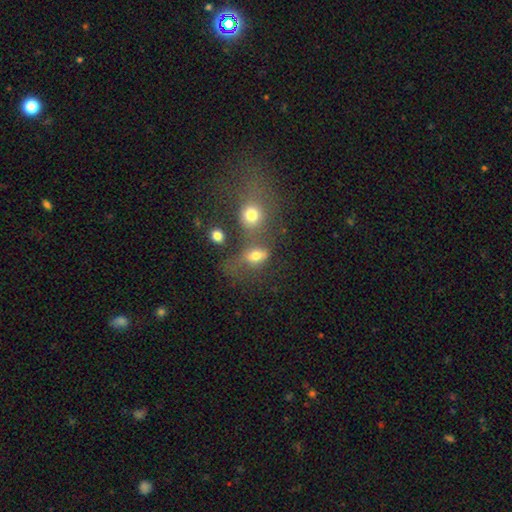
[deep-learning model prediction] Q: Smooth or featured?
A: smooth (71%); runner-up: star or artifact (15%)
Q: How rounded?
A: in between (64%); runner-up: round (33%)
Q: Merging?
A: merger (36%); runner-up: none (34%)